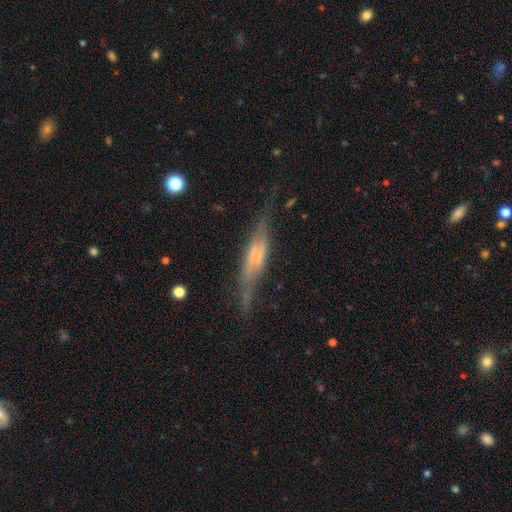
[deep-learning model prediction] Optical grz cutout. It shows a featured or disk galaxy (67%) viewed edge-on (91%) with a boxy central bulge (50%). Merging: none (65%).